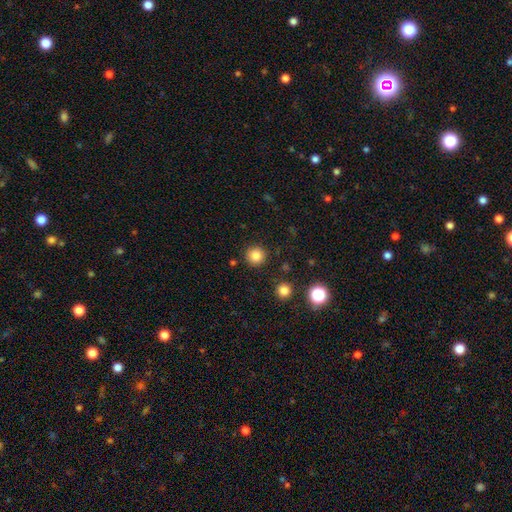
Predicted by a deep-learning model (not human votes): smooth 84%, star or artifact 11%, featured or disk 5%. Down the decision tree: how rounded — round (95%); merging — none (90%).